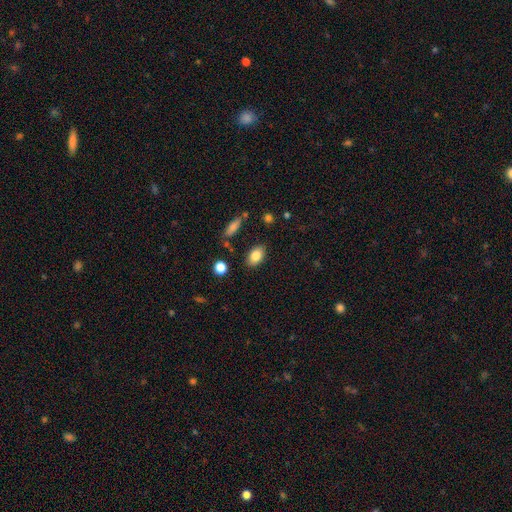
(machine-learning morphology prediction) smooth 83%, featured or disk 9%, star or artifact 8%. Down the decision tree: how rounded — in between (87%); merging — none (82%).